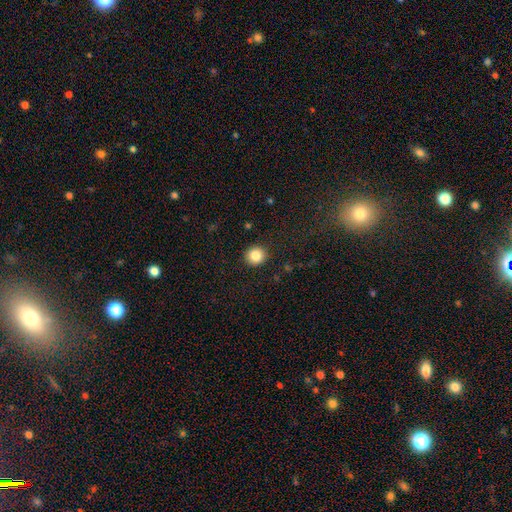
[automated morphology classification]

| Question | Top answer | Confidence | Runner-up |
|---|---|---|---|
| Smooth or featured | smooth | 85% | star or artifact (10%) |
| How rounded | round | 91% | in between (8%) |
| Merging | none | 91% | minor disturbance (6%) |